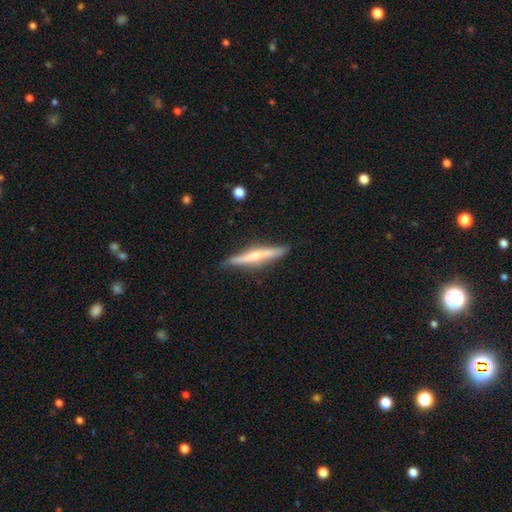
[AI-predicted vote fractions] featured or disk 61%, smooth 33%, star or artifact 6%. Down the decision tree: edge-on disk — yes (96%); edge-on bulge — rounded (63%); merging — none (86%).